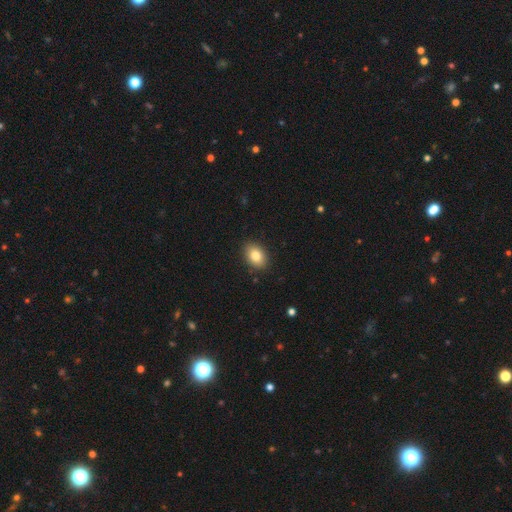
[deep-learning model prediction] Smooth or featured: smooth — 83% (featured or disk — 9%)
How rounded: in between — 81% (round — 18%)
Merging: none — 89% (minor disturbance — 8%)